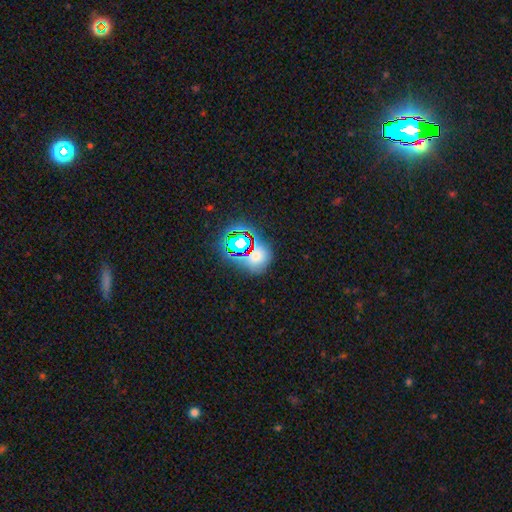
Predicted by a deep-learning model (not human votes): Q: Smooth or featured?
A: smooth (51%); runner-up: star or artifact (40%)
Q: How rounded?
A: round (68%); runner-up: in between (31%)
Q: Merging?
A: none (66%); runner-up: minor disturbance (14%)